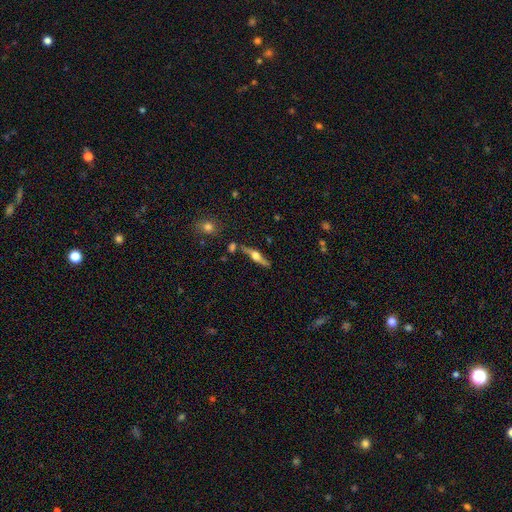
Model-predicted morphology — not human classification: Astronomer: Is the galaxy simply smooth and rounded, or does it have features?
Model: featured or disk — 71%.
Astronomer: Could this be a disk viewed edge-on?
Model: yes — 96%.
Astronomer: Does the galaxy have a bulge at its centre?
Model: rounded — 94%.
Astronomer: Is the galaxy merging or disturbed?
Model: none — 80%.